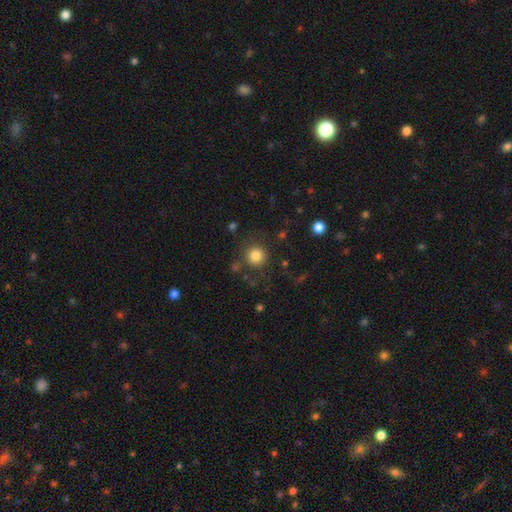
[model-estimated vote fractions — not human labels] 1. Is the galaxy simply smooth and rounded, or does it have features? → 83% smooth, 12% star or artifact, 6% featured or disk.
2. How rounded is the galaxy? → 94% round, 5% in between, 1% cigar-shaped.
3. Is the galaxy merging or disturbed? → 84% none, 8% minor disturbance, 4% major disturbance, 3% merger.